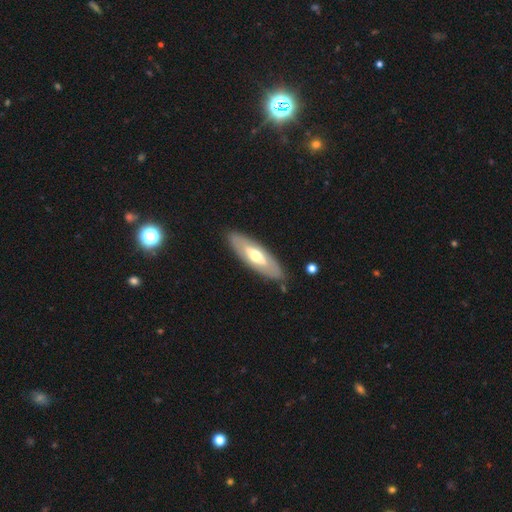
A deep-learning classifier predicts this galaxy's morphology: A featured or disk galaxy (53%).

Vote fractions:
- Smooth or featured? featured or disk: 53% / smooth: 42% / star or artifact: 5%
- Edge-on disk? no: 65% / yes: 35%
- Merging? none: 85% / minor disturbance: 10% / major disturbance: 3% / merger: 2%